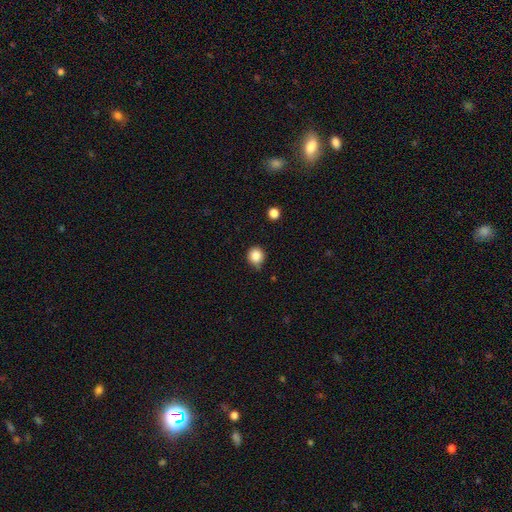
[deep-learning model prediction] Morphology: type=smooth (85%); roundness=round (87%); merging=none (70%).